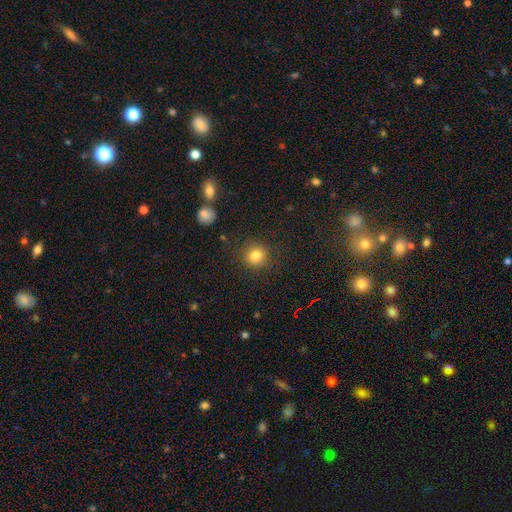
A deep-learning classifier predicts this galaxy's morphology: Smooth or featured?
  - smooth: 83% *
  - star or artifact: 11%
  - featured or disk: 6%
How rounded?
  - round: 89% *
  - in between: 10%
  - cigar-shaped: 1%
Merging?
  - none: 89% *
  - minor disturbance: 7%
  - major disturbance: 3%
  - merger: 2%